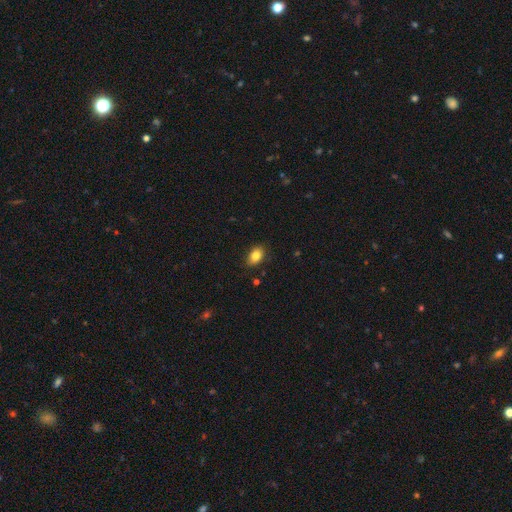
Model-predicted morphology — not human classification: smooth 83%, star or artifact 9%, featured or disk 8%. Down the decision tree: how rounded — in between (82%); merging — none (81%).